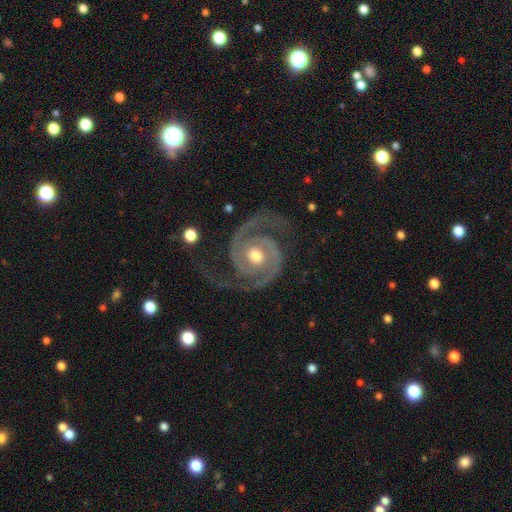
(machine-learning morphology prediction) This appears to be a featured or disk galaxy (94%) with no bar (70%), 2 (94%) medium (46%) spiral arms (99%) and a moderate central bulge (75%). Merging: none (79%).